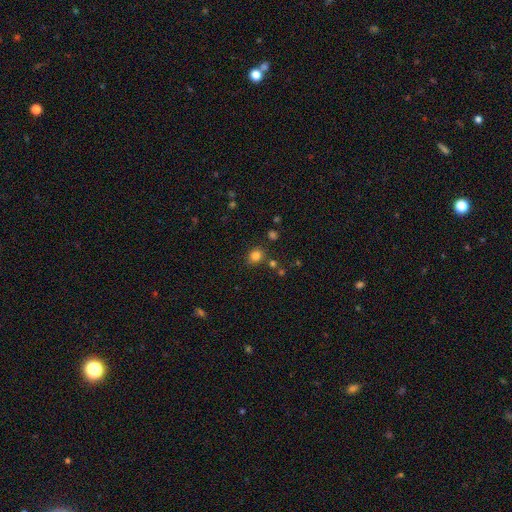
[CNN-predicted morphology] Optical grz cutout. It shows a smooth galaxy with no disk features (82%) that is round (67%). Merging: none (80%).